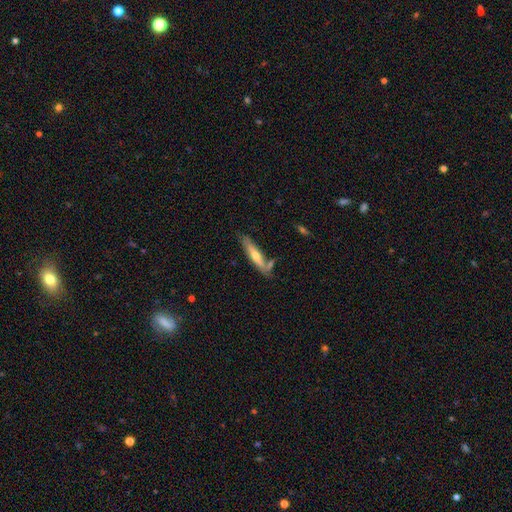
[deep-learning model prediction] A featured or disk galaxy (52%) viewed edge-on (81%). Merging: none (70%).